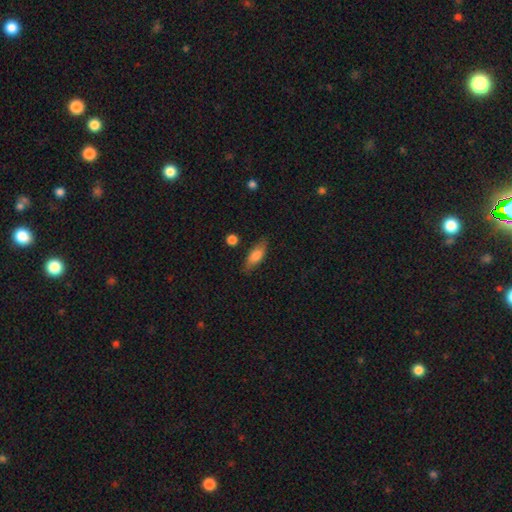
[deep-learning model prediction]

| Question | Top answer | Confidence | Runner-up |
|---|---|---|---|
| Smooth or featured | smooth | 74% | featured or disk (20%) |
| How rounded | in between | 68% | cigar-shaped (29%) |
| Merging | none | 80% | minor disturbance (14%) |